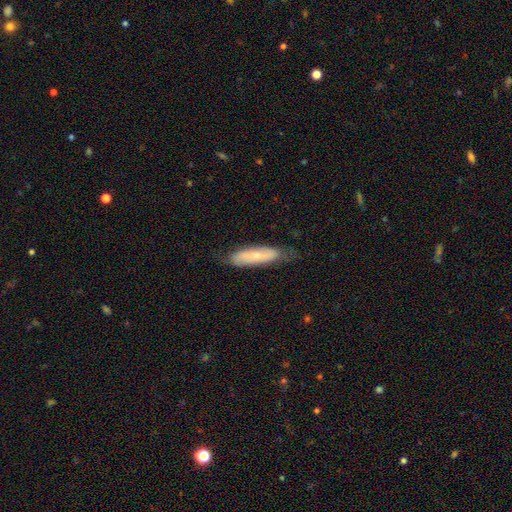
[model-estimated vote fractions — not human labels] This is possibly a smooth galaxy (51%). How rounded: likely cigar-shaped (64%). Merging: likely none (70%).